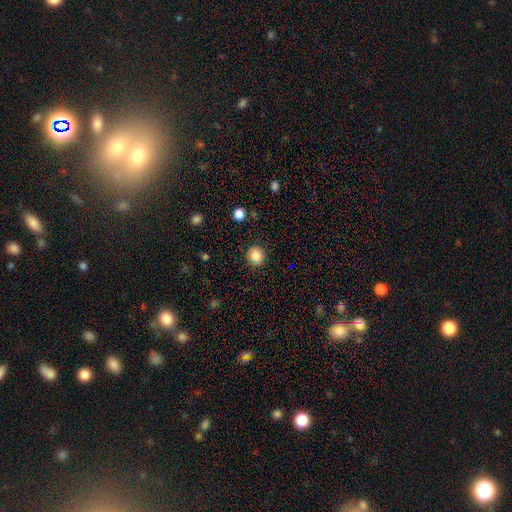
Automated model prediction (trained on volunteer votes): smooth_or_featured: smooth (p=0.84) [alt: star or artifact p=0.10]
how_rounded: round (p=0.86) [alt: in between p=0.13]
merging: none (p=0.88) [alt: minor disturbance p=0.08]